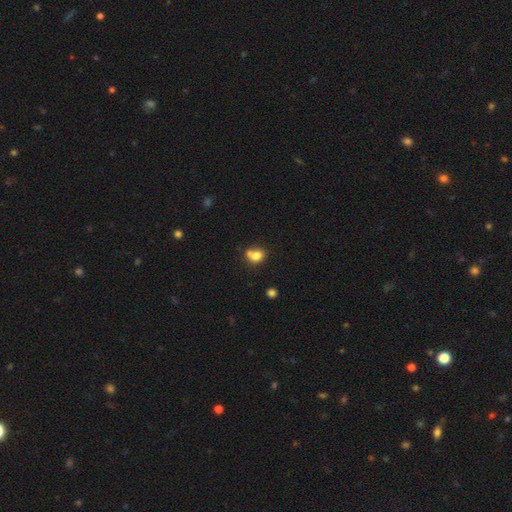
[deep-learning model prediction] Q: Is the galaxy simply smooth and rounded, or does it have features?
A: smooth — 77%.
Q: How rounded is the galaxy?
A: round — 58%.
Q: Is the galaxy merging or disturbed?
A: none — 41%.